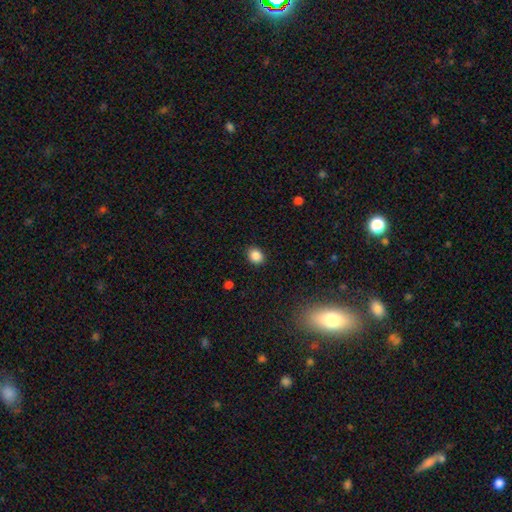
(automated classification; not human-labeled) Morphology: type=smooth (87%); roundness=round (58%); merging=none (89%).